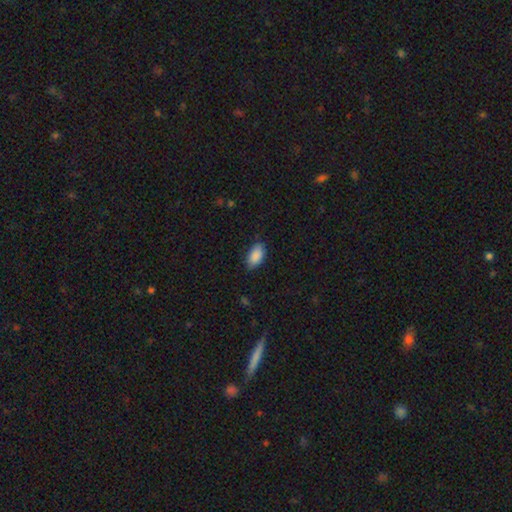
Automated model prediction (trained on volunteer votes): Smooth or featured? smooth (90%)
How rounded? in between (94%)
Merging? none (82%)